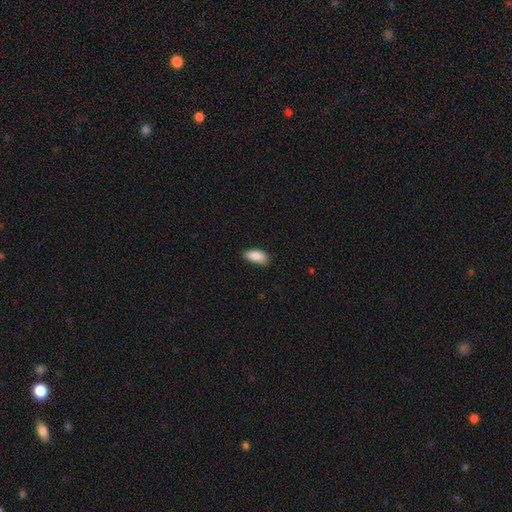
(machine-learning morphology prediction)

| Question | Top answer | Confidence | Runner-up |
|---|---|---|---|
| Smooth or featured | smooth | 87% | star or artifact (7%) |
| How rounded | in between | 91% | cigar-shaped (7%) |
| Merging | none | 79% | minor disturbance (18%) |